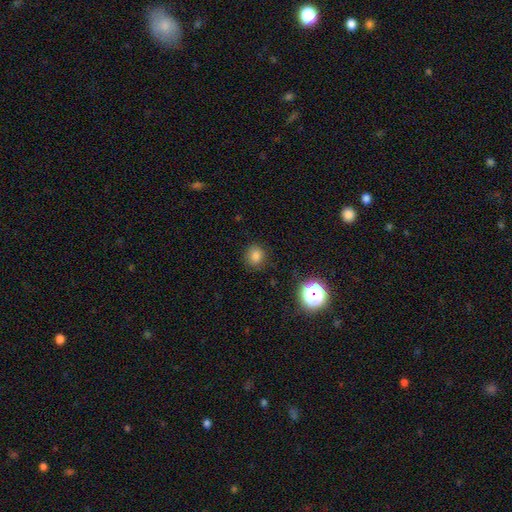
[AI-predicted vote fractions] smooth_or_featured: smooth (p=0.80) [alt: star or artifact p=0.15]
how_rounded: round (p=0.78) [alt: in between p=0.21]
merging: none (p=0.86) [alt: minor disturbance p=0.10]